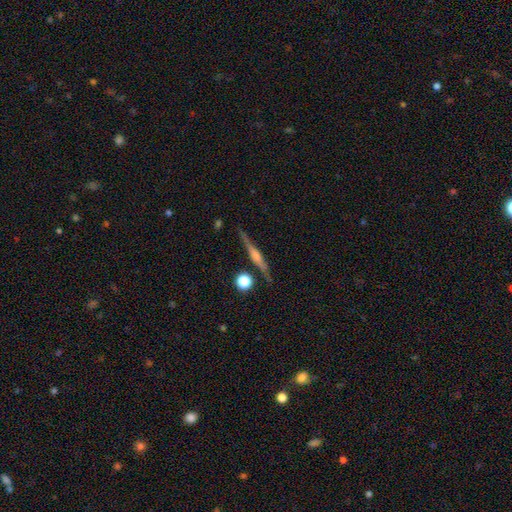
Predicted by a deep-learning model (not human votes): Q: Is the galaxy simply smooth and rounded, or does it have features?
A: featured or disk — 74%.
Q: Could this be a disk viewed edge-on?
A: yes — 97%.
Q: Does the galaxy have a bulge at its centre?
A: rounded — 68%.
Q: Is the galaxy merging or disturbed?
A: none — 86%.